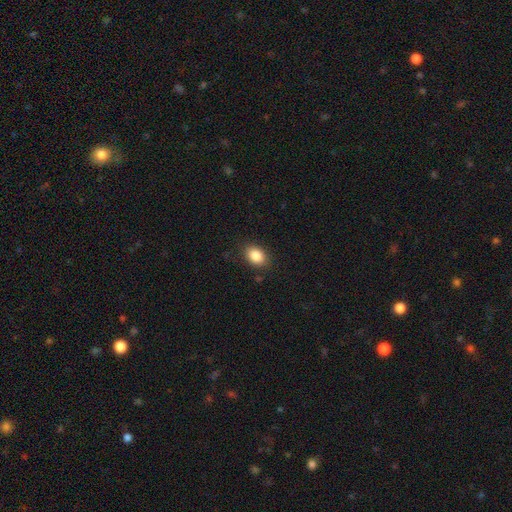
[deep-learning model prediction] Smooth or featured: smooth — 86% (star or artifact — 9%)
How rounded: in between — 72% (round — 27%)
Merging: none — 86% (minor disturbance — 11%)